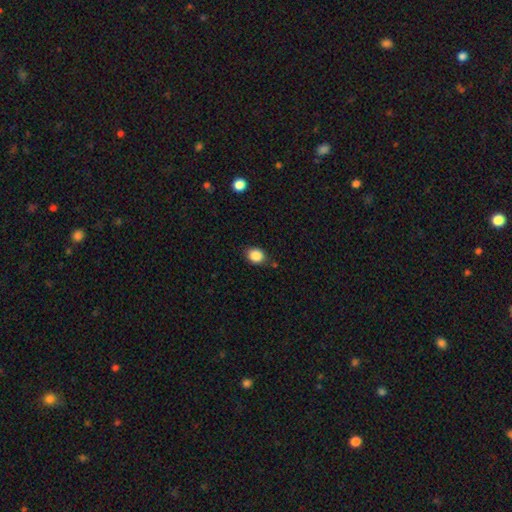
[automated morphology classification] Smooth or featured?
  - smooth: 87% *
  - star or artifact: 10%
  - featured or disk: 3%
How rounded?
  - round: 64% *
  - in between: 35%
  - cigar-shaped: 1%
Merging?
  - none: 80% *
  - minor disturbance: 14%
  - major disturbance: 3%
  - merger: 3%